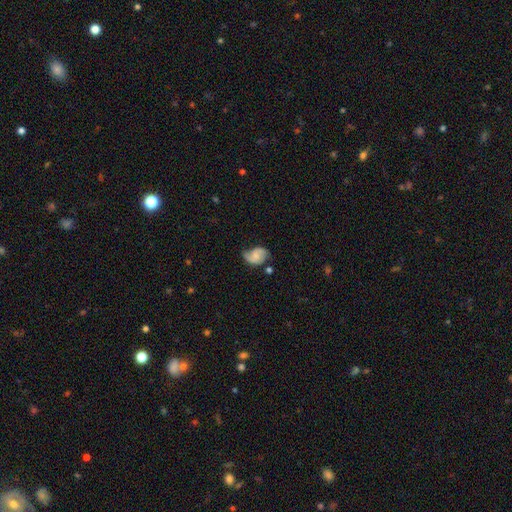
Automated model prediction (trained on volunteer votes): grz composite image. It shows a featured or disk galaxy (68%) with no bar (61%), 2 (80%) medium (44%) spiral arms (93%) and a small central bulge (49%). Merging: none (55%).